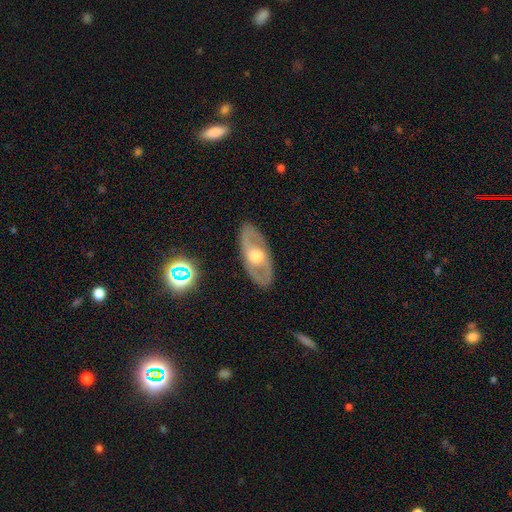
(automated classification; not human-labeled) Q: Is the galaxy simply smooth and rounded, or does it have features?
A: featured or disk — 72%.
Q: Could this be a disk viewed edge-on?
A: no — 86%.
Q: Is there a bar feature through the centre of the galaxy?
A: no — 61%.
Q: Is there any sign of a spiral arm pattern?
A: yes — 57%.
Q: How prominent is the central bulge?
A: moderate — 68%.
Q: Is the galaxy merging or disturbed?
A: none — 86%.